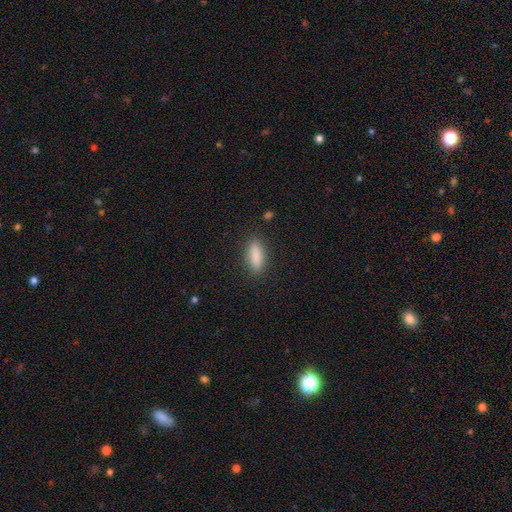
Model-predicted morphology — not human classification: A smooth galaxy with no disk features (88%) that is in between round and cigar-shaped (61%). Merging: none (88%).